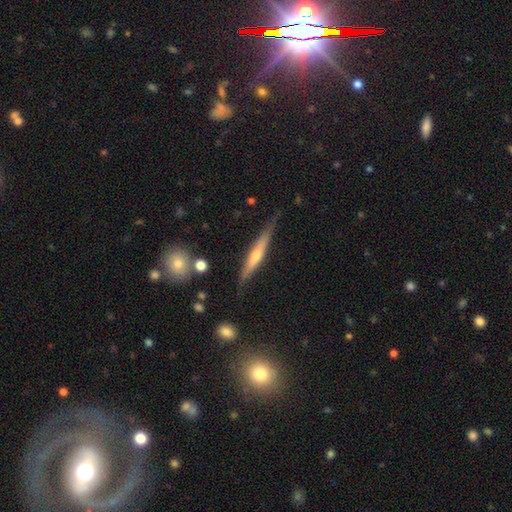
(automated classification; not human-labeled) A featured or disk galaxy (62%) viewed edge-on (95%) with a rounded central bulge (72%). Merging: none (76%).